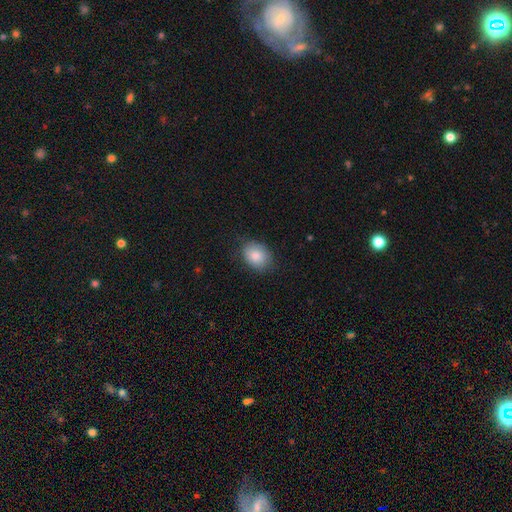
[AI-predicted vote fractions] A smooth galaxy with no disk features (85%) that is in between round and cigar-shaped (71%).

Vote fractions:
- Smooth or featured? smooth: 85% / featured or disk: 8% / star or artifact: 7%
- How rounded? in between: 71% / round: 28% / cigar-shaped: 1%
- Merging? none: 78% / minor disturbance: 17% / major disturbance: 4% / merger: 1%